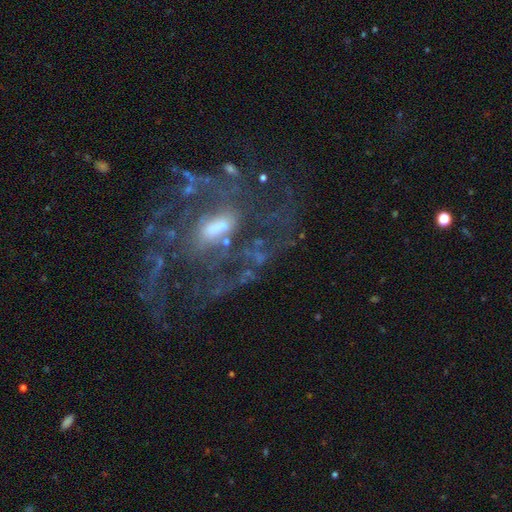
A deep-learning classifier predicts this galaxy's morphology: type=featured or disk (83%); edge-on=no (96%); bar=weak (46%); spiral arms=yes (78%); winding=medium (41%); arm count=can't tell (43%); bulge=moderate (54%); merging=none (61%).